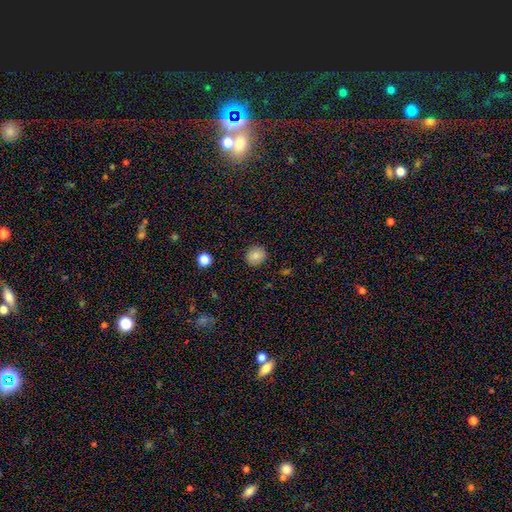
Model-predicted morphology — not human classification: Smooth or featured: smooth — 83% (star or artifact — 10%)
How rounded: round — 84% (in between — 15%)
Merging: none — 90% (minor disturbance — 7%)